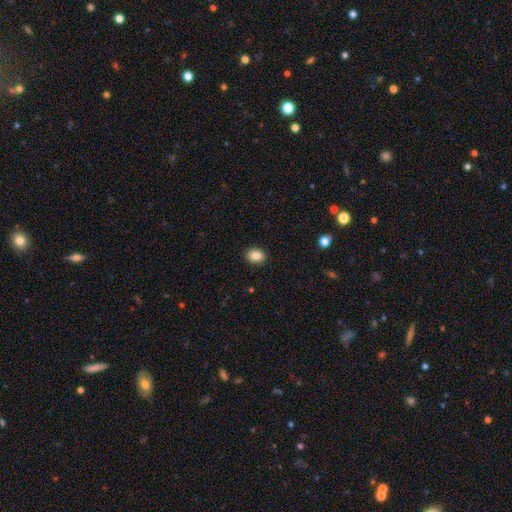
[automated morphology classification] A smooth galaxy with no disk features (86%) that is in between round and cigar-shaped (59%). Merging: none (90%).